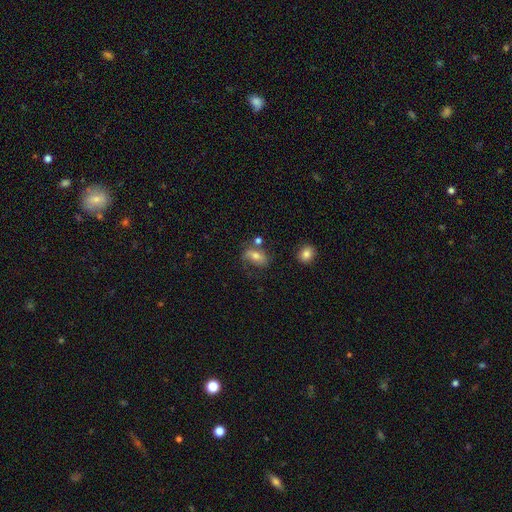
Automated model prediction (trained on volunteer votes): Morphology: type=smooth (58%); roundness=in between (82%); merging=none (51%).